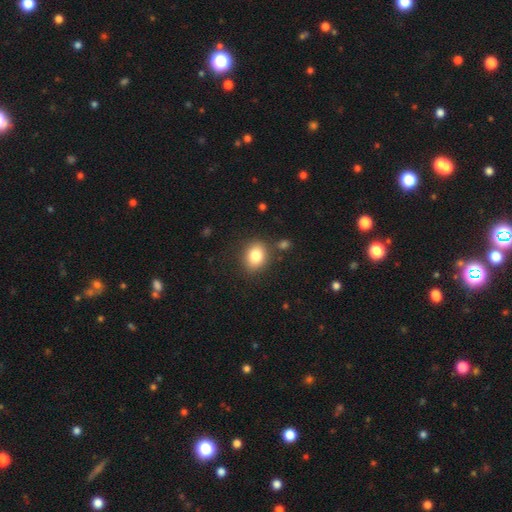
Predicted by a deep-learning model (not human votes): The model was most divided on "how rounded": in between: 52%, round: 47%, cigar-shaped: 1%. More confident: smooth or featured — smooth (82%); merging — none (80%).